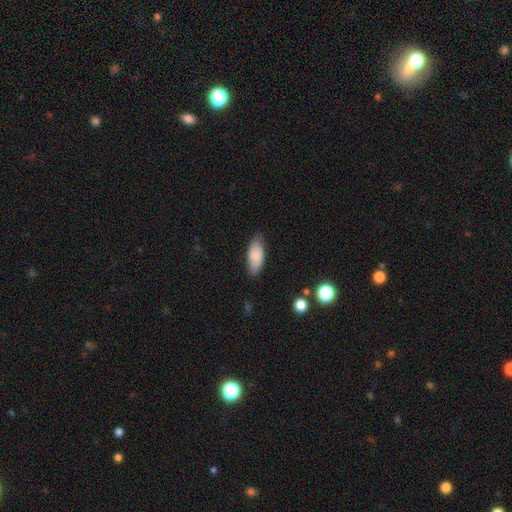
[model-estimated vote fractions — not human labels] Overall: smooth (86%). How rounded: in between (85%). Merging: none (79%).